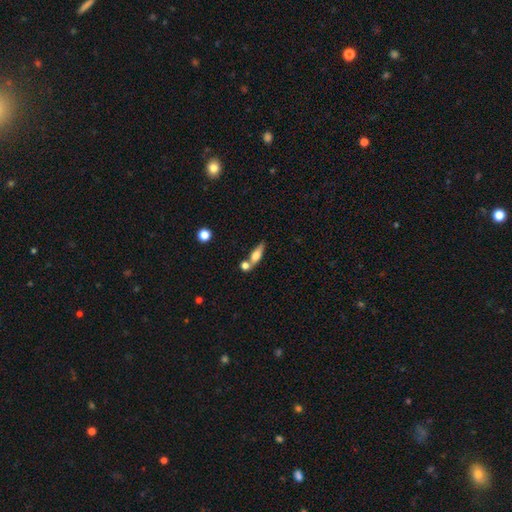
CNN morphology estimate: smooth_or_featured: smooth (p=0.57) [alt: featured or disk p=0.35]
how_rounded: cigar-shaped (p=0.49) [alt: in between p=0.44]
merging: none (p=0.54) [alt: merger p=0.29]